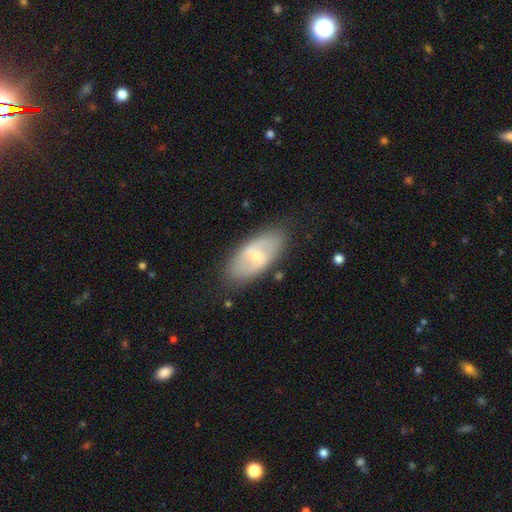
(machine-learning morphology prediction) Smooth or featured? Predicted: featured or disk (p=0.55). Edge-on disk? Predicted: no (p=0.89). Merging? Predicted: none (p=0.82).